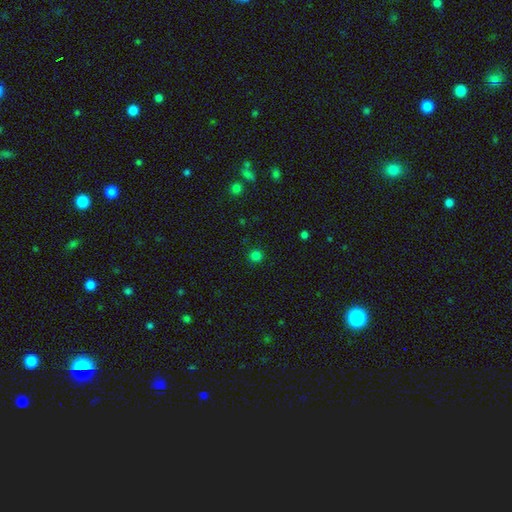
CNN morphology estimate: smooth-or-featured: smooth: 79% | star or artifact: 17% | featured or disk: 3%
  how-rounded: round: 94% | in between: 5% | cigar-shaped: 1%
  merging: none: 91% | minor disturbance: 6% | major disturbance: 2% | merger: 1%